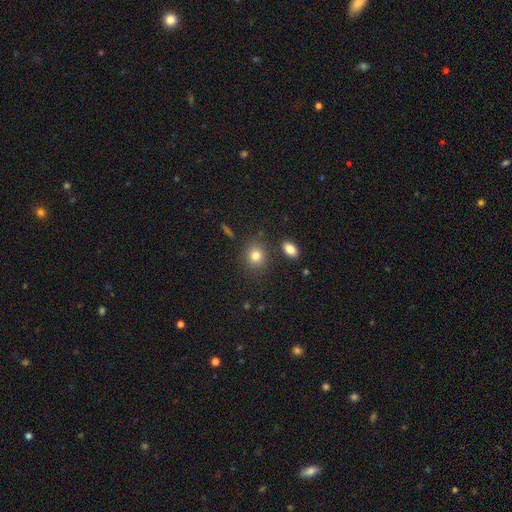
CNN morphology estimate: smooth_or_featured: smooth (p=0.81) [alt: star or artifact p=0.11]
how_rounded: round (p=0.65) [alt: in between p=0.33]
merging: none (p=0.82) [alt: minor disturbance p=0.10]